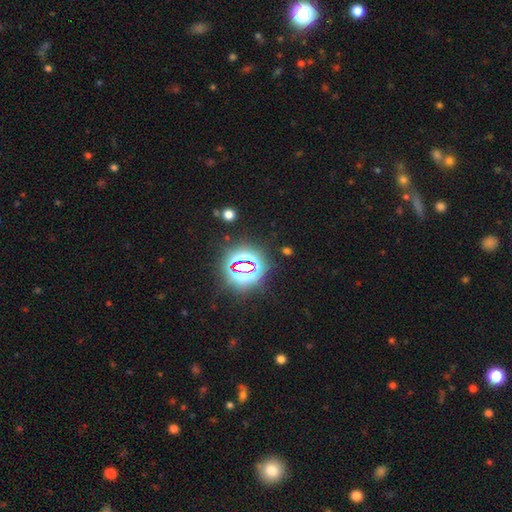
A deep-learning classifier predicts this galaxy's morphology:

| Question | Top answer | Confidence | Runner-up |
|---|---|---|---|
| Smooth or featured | star or artifact | 78% | smooth (14%) |